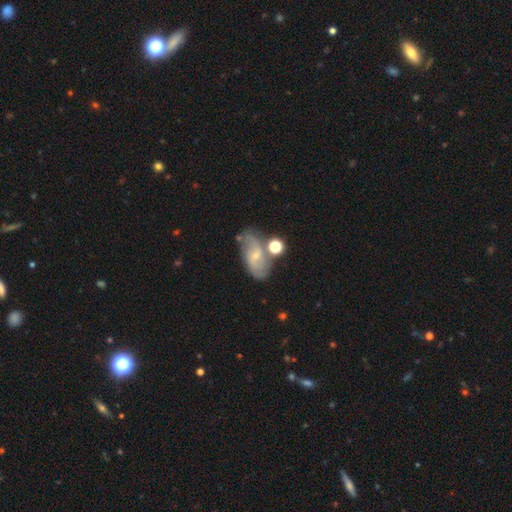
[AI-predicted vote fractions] smooth-or-featured: featured or disk: 65% | smooth: 27% | star or artifact: 9%
  disk-edge-on: no: 95% | yes: 5%
    bar: weak: 45% | no: 44% | strong: 11%
    has-spiral-arms: yes: 86% | no: 14%
      spiral-winding: medium: 42% | loose: 39% | tight: 19%
      spiral-arm-count: 2: 79% | can't tell: 13% | 3: 3% | 1: 2% | 4: 1% | more than 4: 1%
    bulge-size: small: 70% | moderate: 22% | none: 5% | large: 2% | dominant: 1%
  merging: none: 58% | minor disturbance: 20% | merger: 14% | major disturbance: 8%